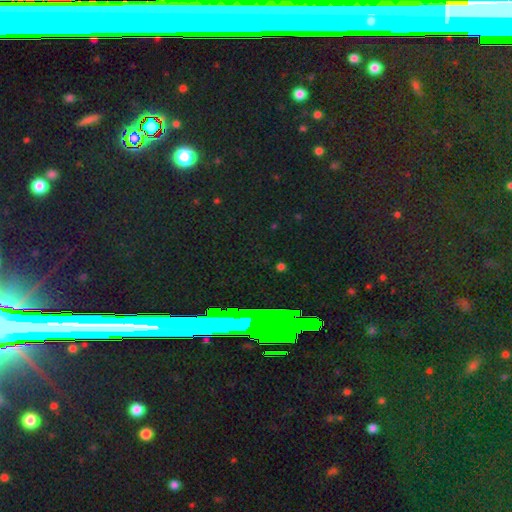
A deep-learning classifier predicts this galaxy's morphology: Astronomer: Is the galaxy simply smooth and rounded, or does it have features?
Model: star or artifact — 80%.